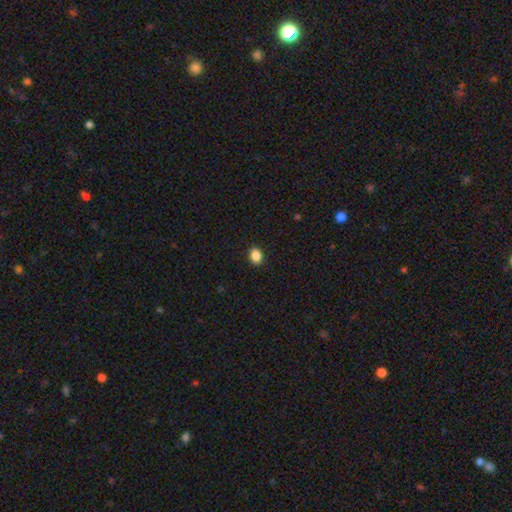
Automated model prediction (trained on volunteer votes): smooth_or_featured: smooth (p=0.87) [alt: star or artifact p=0.09]
how_rounded: in between (p=0.62) [alt: round p=0.37]
merging: none (p=0.91) [alt: minor disturbance p=0.07]